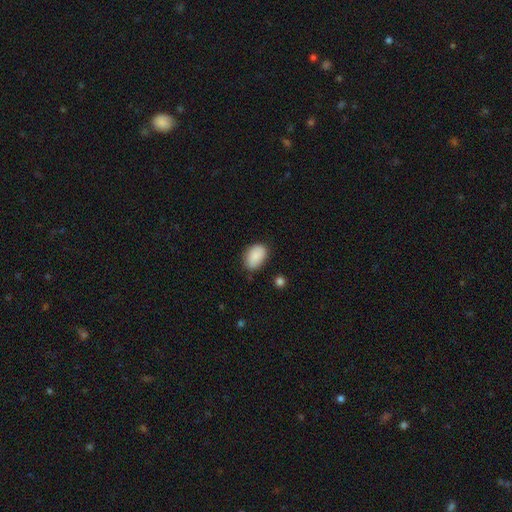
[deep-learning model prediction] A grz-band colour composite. It shows a smooth galaxy with no disk features (88%) that is in between round and cigar-shaped (90%). Merging: none (78%).